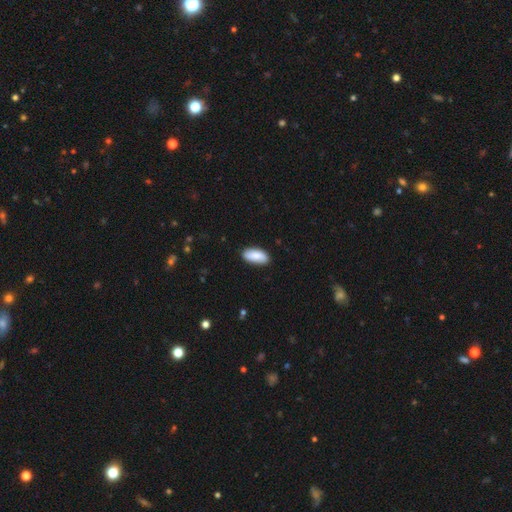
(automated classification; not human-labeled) Overall: smooth (84%). How rounded: in between (89%). Merging: none (86%).